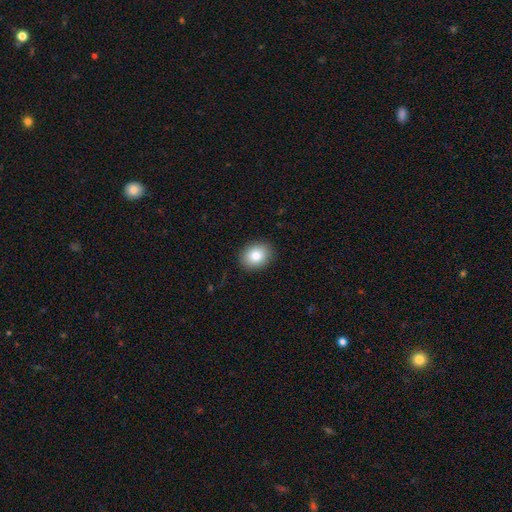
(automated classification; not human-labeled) smooth 82%, featured or disk 9%, star or artifact 9%. Down the decision tree: how rounded — in between (53%); merging — none (90%).